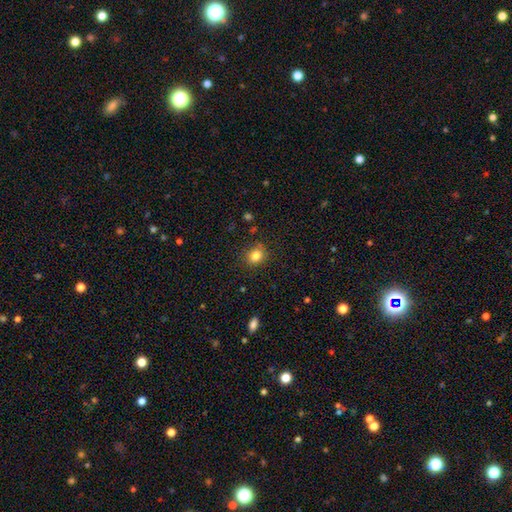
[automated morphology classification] A smooth galaxy with no disk features (82%) that is round (68%).

Vote fractions:
- Smooth or featured? smooth: 82% / star or artifact: 11% / featured or disk: 6%
- How rounded? round: 68% / in between: 31% / cigar-shaped: 1%
- Merging? none: 84% / minor disturbance: 11% / major disturbance: 3% / merger: 2%